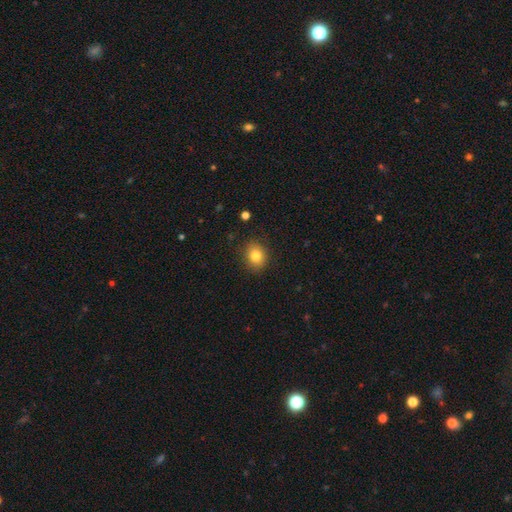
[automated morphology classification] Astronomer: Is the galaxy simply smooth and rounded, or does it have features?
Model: smooth — 82%.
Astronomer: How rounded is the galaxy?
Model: round — 55% (runner-up: in between, 44%).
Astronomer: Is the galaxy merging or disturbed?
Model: none — 86%.